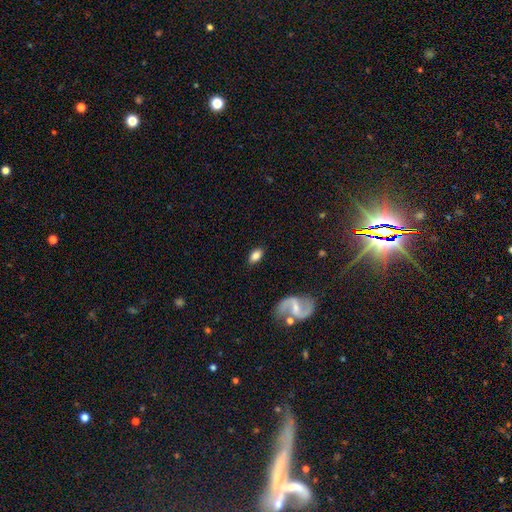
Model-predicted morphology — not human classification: The model was most divided on "smooth or featured": smooth: 76%, featured or disk: 16%, star or artifact: 8%. More confident: how rounded — in between (91%); merging — none (84%).